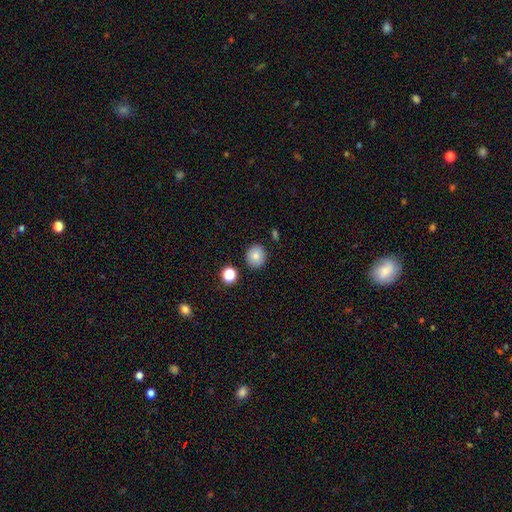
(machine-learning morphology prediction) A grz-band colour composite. It shows a smooth galaxy with no disk features (81%) that is round (84%). Merging: none (87%).